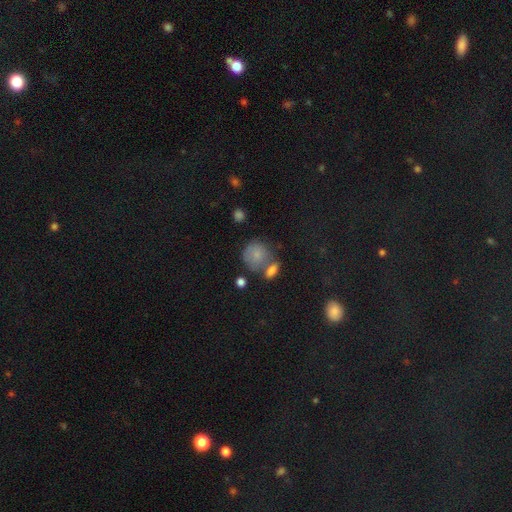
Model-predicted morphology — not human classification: Smooth or featured? Predicted: smooth (p=0.78). How rounded? Predicted: round (p=0.76). Merging? Predicted: none (p=0.47).